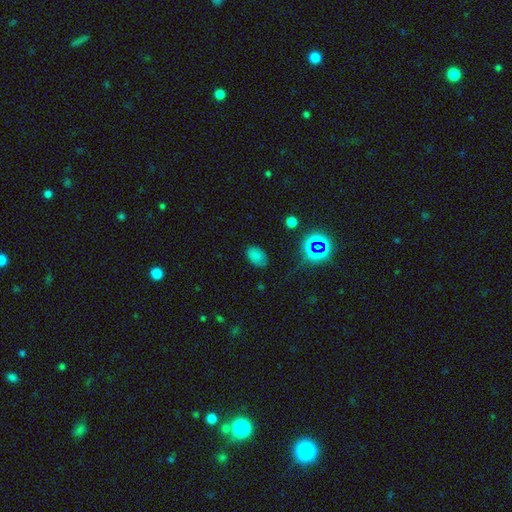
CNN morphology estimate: Q: Smooth or featured?
A: smooth (73%); runner-up: star or artifact (20%)
Q: How rounded?
A: in between (85%); runner-up: round (14%)
Q: Merging?
A: none (78%); runner-up: minor disturbance (16%)